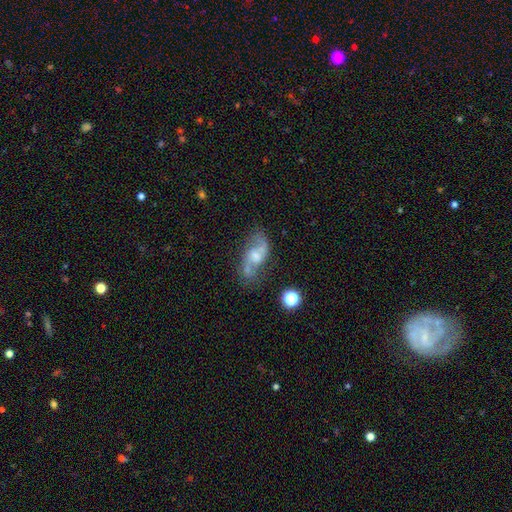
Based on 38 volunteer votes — This appears to be a featured or disk galaxy (66%) with no bar (68%), 2 (86%) loose (76%) spiral arms (84%) and a moderate central bulge (52%). Merging: none (54%).